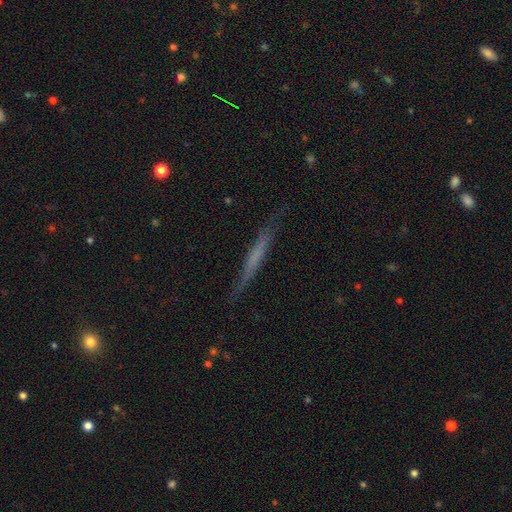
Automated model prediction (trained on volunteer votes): Smooth or featured? featured or disk (50%)
Merging? none (82%)